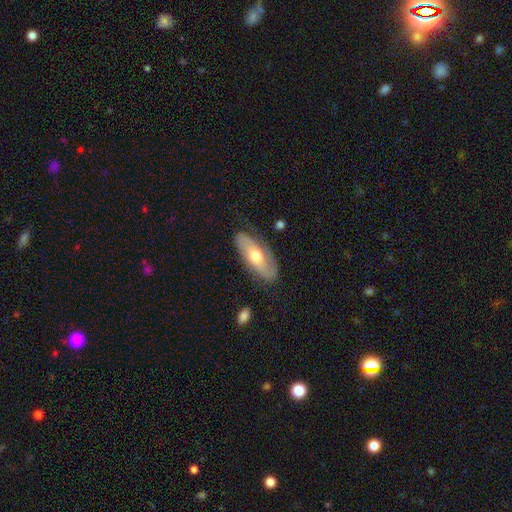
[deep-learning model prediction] A featured or disk galaxy (56%). Merging: none (72%).